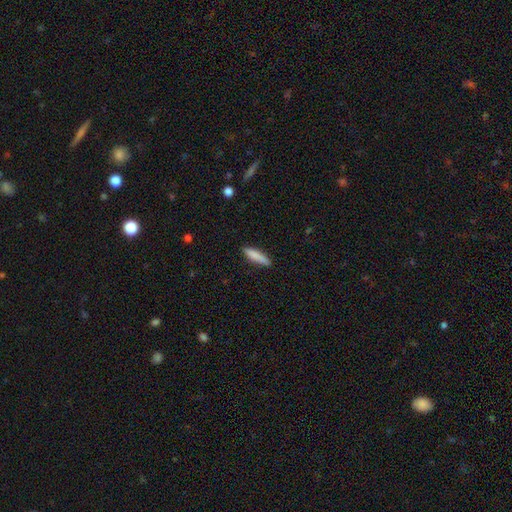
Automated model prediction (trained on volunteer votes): This is clearly a smooth galaxy (85%). How rounded: likely cigar-shaped (80%). Merging: clearly none (86%).